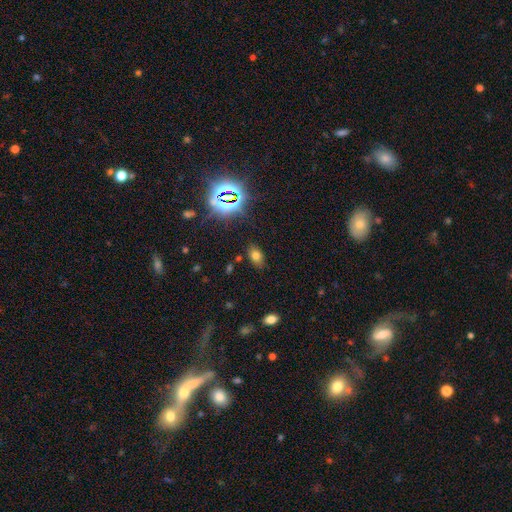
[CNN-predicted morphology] Smooth or featured: smooth — 66% (star or artifact — 23%)
How rounded: in between — 85% (round — 13%)
Merging: none — 82% (minor disturbance — 12%)